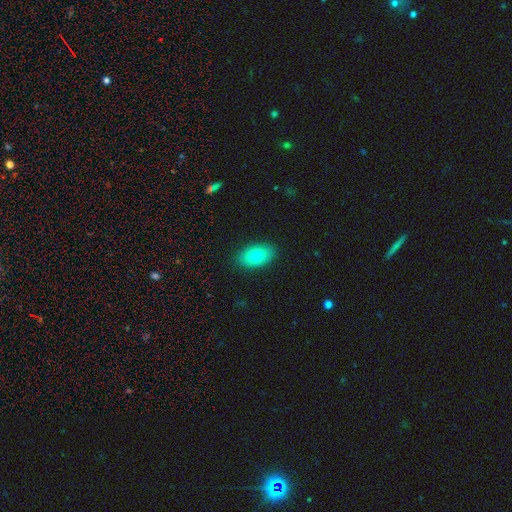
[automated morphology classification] smooth 80%, featured or disk 12%, star or artifact 8%. Down the decision tree: how rounded — in between (92%); merging — none (88%).